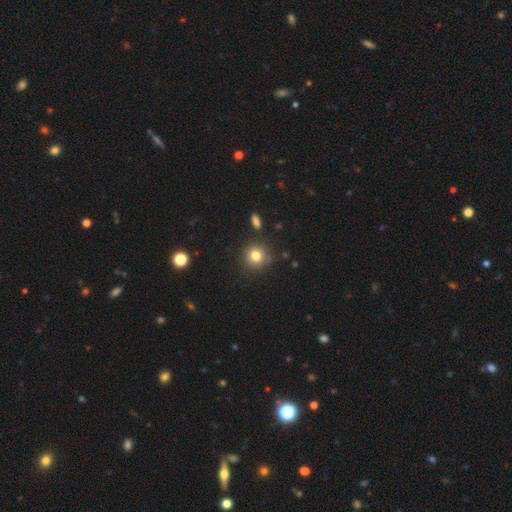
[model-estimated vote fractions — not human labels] Q: Smooth or featured?
A: smooth (80%); runner-up: star or artifact (12%)
Q: How rounded?
A: round (89%); runner-up: in between (10%)
Q: Merging?
A: none (83%); runner-up: minor disturbance (11%)